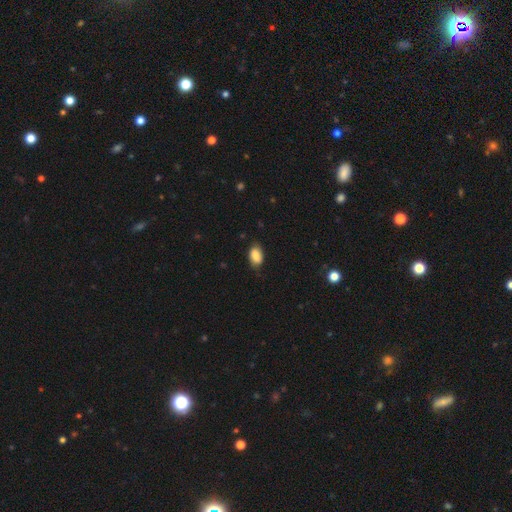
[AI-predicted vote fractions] Smooth or featured: smooth — 87% (star or artifact — 7%)
How rounded: in between — 91% (round — 8%)
Merging: none — 76% (minor disturbance — 20%)